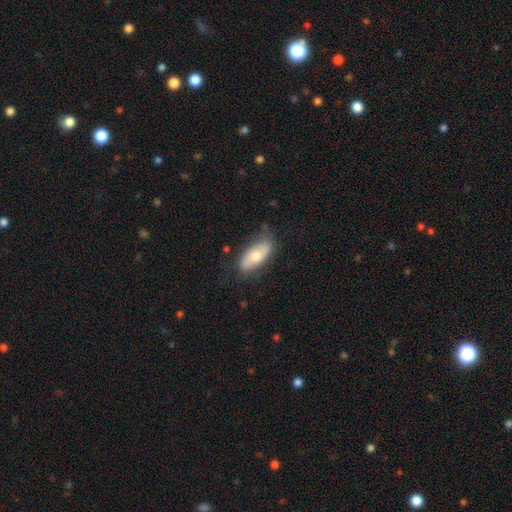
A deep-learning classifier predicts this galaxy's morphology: smooth_or_featured: smooth (p=0.57) [alt: featured or disk p=0.37]
how_rounded: in between (p=0.84) [alt: cigar-shaped p=0.13]
merging: none (p=0.69) [alt: minor disturbance p=0.23]